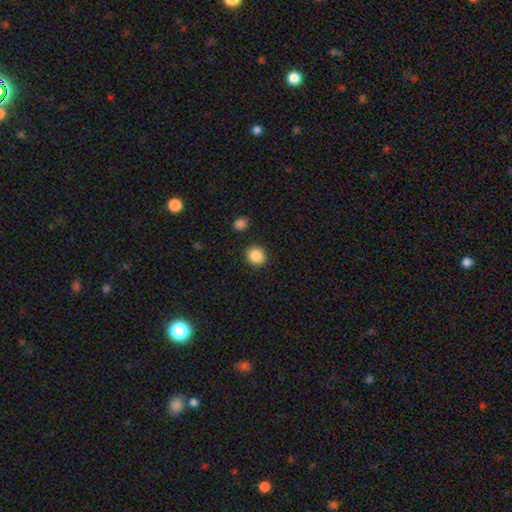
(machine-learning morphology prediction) smooth 88%, star or artifact 9%, featured or disk 3%. Down the decision tree: how rounded — round (85%); merging — none (90%).